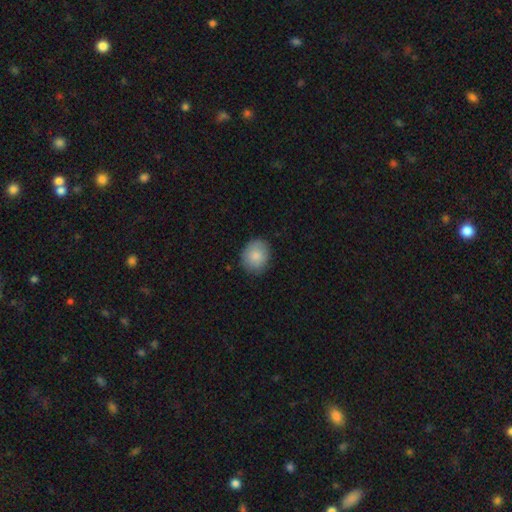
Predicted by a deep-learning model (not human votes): A smooth galaxy with no disk features (85%) that is round (72%). Merging: none (84%).